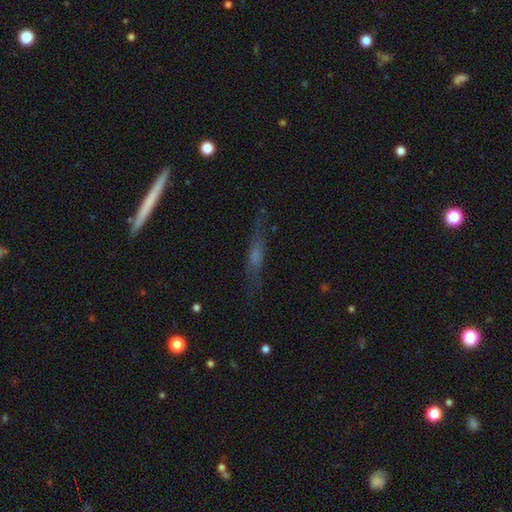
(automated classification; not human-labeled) The model was most divided on "smooth or featured": featured or disk: 59%, smooth: 28%, star or artifact: 13%. More confident: edge-on disk — yes (84%); merging — none (74%).